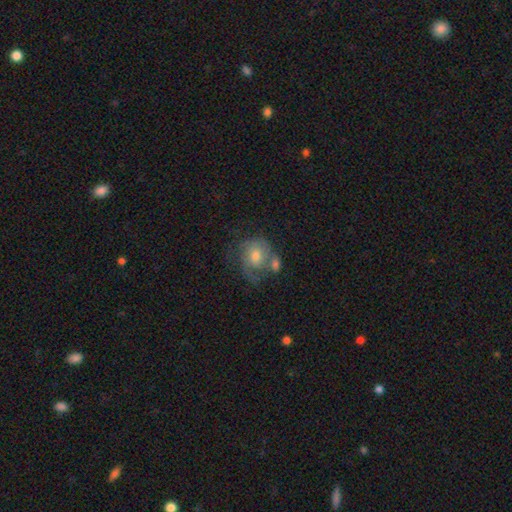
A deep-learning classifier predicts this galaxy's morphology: Smooth or featured: featured or disk — 54% (smooth — 38%)
Edge-on disk: no — 97% (yes — 3%)
Bar: no — 74% (weak — 22%)
Spiral arms: yes — 75% (no — 25%)
Bulge size: moderate — 62% (small — 27%)
Merging: none — 36% (merger — 28%)